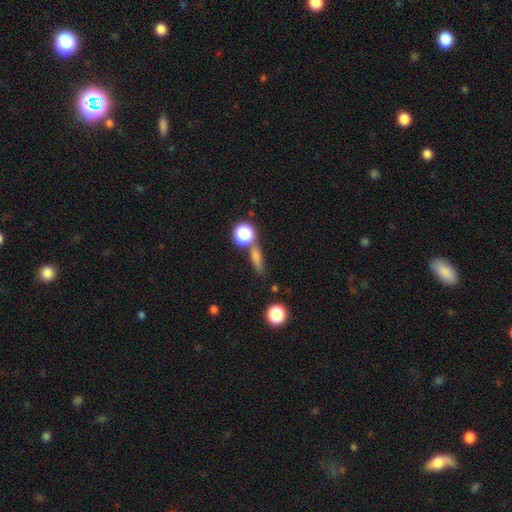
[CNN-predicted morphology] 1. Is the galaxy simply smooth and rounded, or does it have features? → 56% smooth, 26% star or artifact, 18% featured or disk.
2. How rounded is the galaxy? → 36% cigar-shaped, 33% round, 31% in between.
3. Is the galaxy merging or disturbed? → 67% none, 15% merger, 12% minor disturbance, 6% major disturbance.